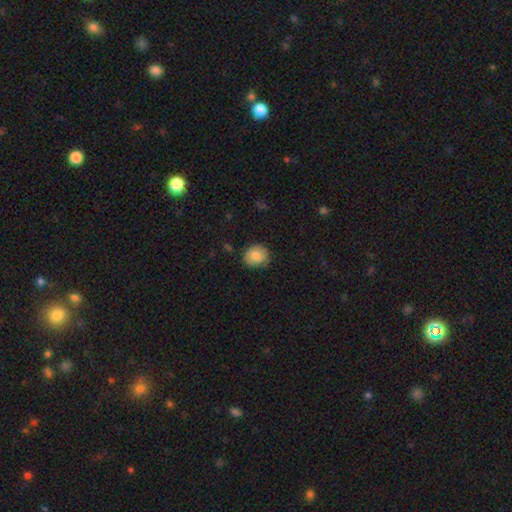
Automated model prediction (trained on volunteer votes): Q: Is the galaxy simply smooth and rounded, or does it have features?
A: smooth — 83%.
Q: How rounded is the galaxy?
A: round — 72%.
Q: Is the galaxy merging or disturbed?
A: none — 78%.